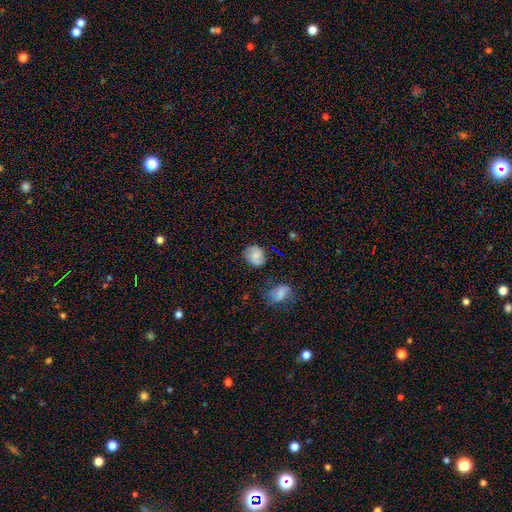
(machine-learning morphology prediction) Smooth or featured: smooth — 65% (featured or disk — 25%)
How rounded: round — 68% (in between — 31%)
Merging: none — 76% (minor disturbance — 17%)